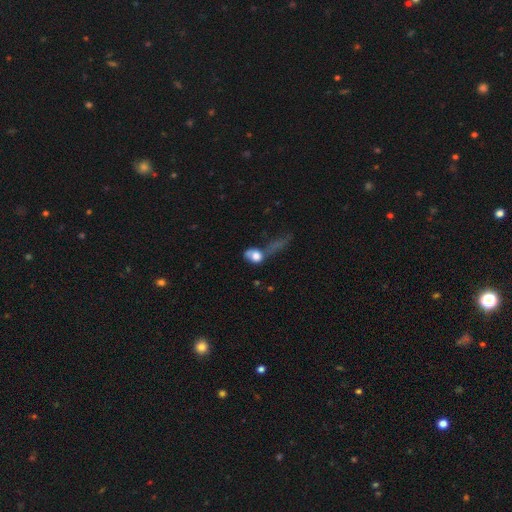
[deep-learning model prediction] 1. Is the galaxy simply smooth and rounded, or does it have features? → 64% smooth, 24% featured or disk, 11% star or artifact.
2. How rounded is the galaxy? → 59% in between, 36% round, 5% cigar-shaped.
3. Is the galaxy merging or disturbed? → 47% major disturbance, 22% merger, 17% none, 14% minor disturbance.